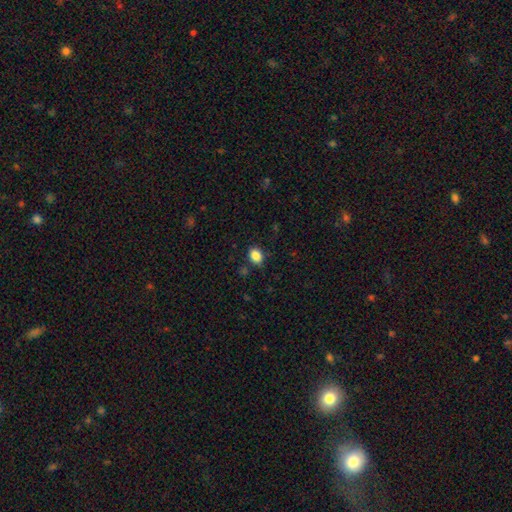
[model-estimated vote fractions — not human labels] Morphology: type=smooth (85%); roundness=in between (65%); merging=none (83%).